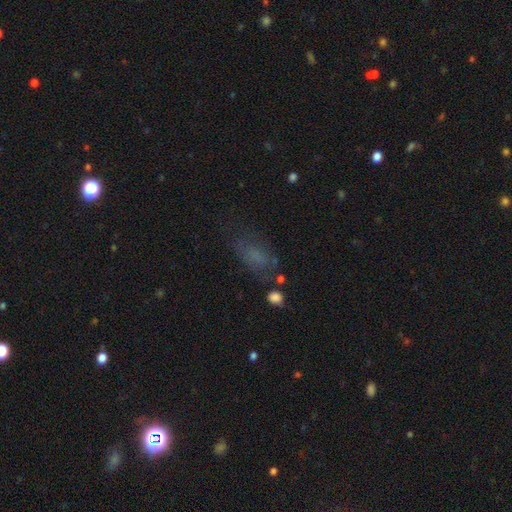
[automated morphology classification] smooth-or-featured: smooth: 59% | featured or disk: 21% | star or artifact: 20%
  how-rounded: in between: 83% | cigar-shaped: 9% | round: 8%
  merging: none: 54% | minor disturbance: 23% | major disturbance: 18% | merger: 5%